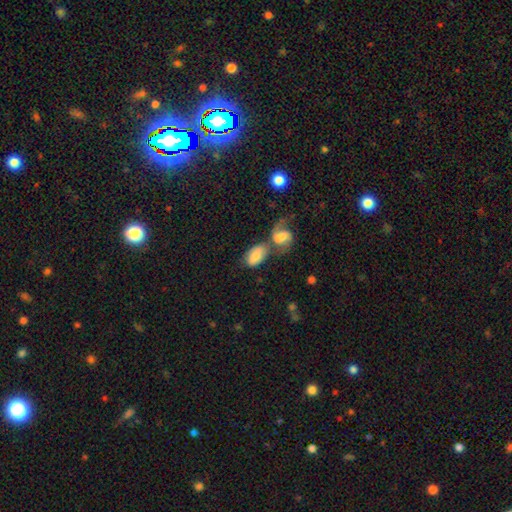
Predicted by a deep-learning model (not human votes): Smooth or featured? Predicted: smooth (p=0.66). How rounded? Predicted: in between (p=0.91). Merging? Predicted: merger (p=0.52).